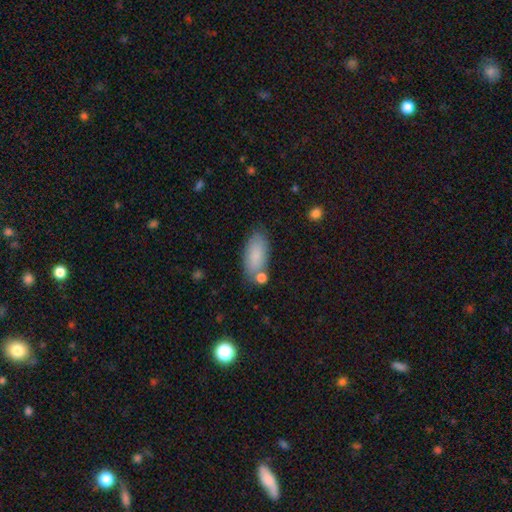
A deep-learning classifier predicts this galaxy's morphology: Smooth or featured?
  - smooth: 84% *
  - featured or disk: 10%
  - star or artifact: 7%
How rounded?
  - in between: 88% *
  - cigar-shaped: 9%
  - round: 3%
Merging?
  - none: 72% *
  - minor disturbance: 16%
  - merger: 8%
  - major disturbance: 4%